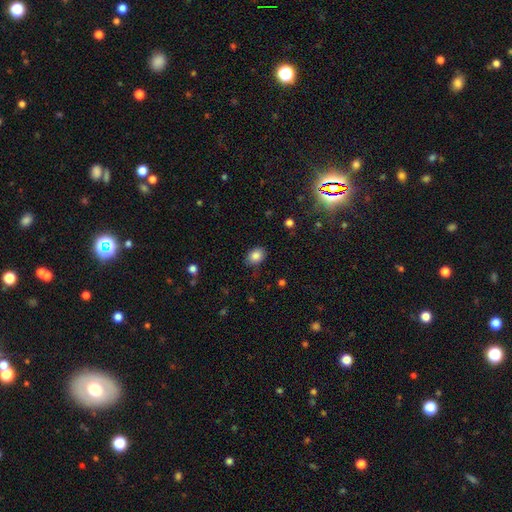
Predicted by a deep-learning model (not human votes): Smooth or featured? Predicted: smooth (p=0.86). How rounded? Predicted: in between (p=0.70). Merging? Predicted: none (p=0.82).